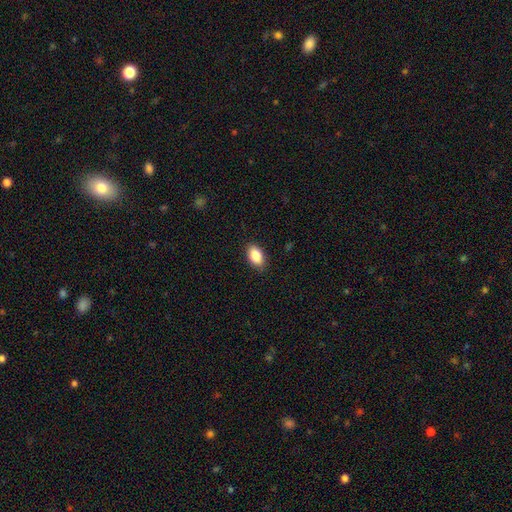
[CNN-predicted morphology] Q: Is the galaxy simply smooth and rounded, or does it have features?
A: smooth — 87%.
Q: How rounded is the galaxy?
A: in between — 91%.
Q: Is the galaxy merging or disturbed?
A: none — 86%.